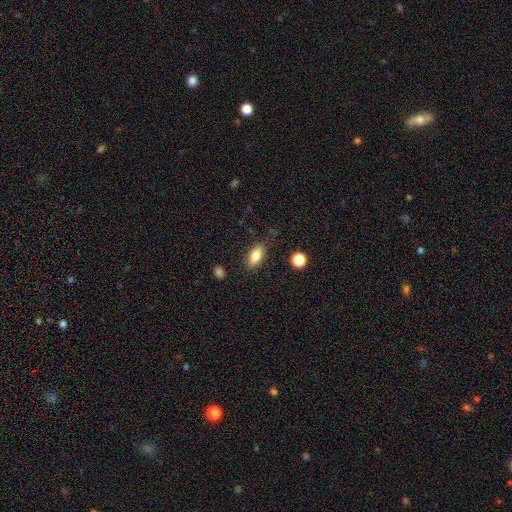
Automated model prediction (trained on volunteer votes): The model was most divided on "smooth or featured": smooth: 81%, featured or disk: 11%, star or artifact: 8%. More confident: how rounded — in between (84%); merging — none (83%).